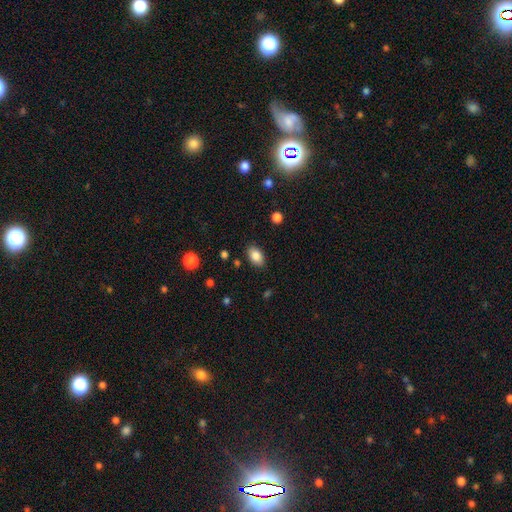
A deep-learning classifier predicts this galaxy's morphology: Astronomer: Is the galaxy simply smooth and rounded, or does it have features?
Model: smooth — 86%.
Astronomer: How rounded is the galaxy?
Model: in between — 89%.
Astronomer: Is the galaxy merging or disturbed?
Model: none — 86%.